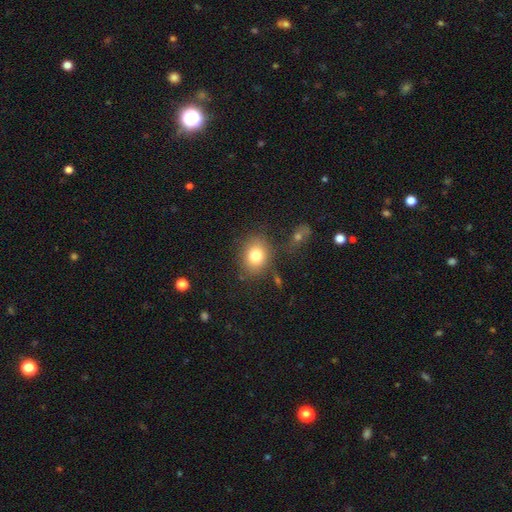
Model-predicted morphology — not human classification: Smooth or featured? smooth (79%)
How rounded? round (52%)
Merging? none (79%)